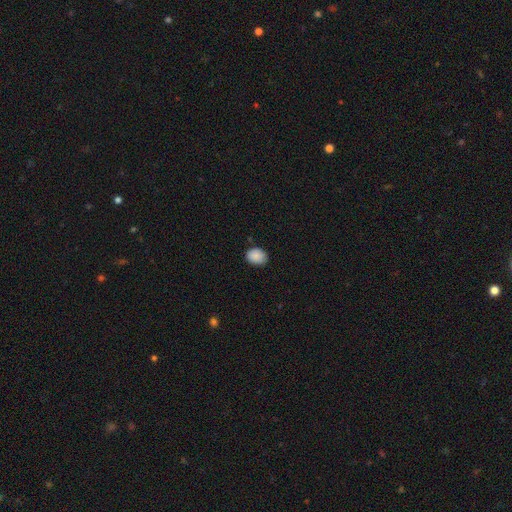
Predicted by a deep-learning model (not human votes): Overall: smooth (88%). How rounded: in between (60%; round 39%). Merging: none (79%).